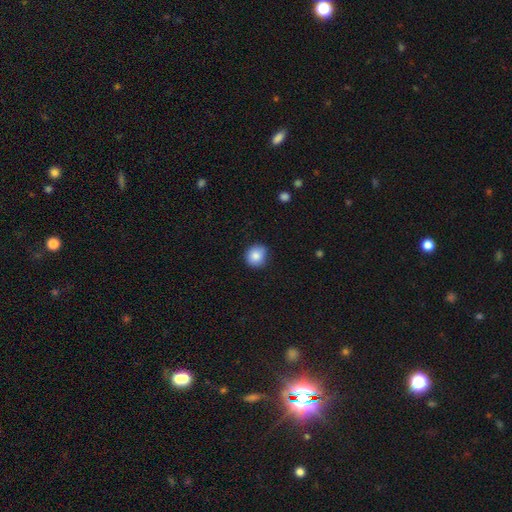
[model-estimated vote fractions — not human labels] Smooth or featured?
  - smooth: 85% *
  - star or artifact: 9%
  - featured or disk: 6%
How rounded?
  - round: 85% *
  - in between: 14%
  - cigar-shaped: 1%
Merging?
  - none: 80% *
  - minor disturbance: 16%
  - major disturbance: 3%
  - merger: 1%